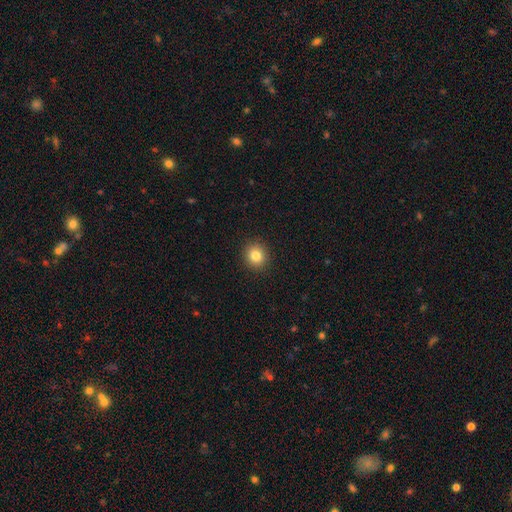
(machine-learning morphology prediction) Smooth or featured?
  - smooth: 82% *
  - star or artifact: 11%
  - featured or disk: 7%
How rounded?
  - round: 86% *
  - in between: 13%
  - cigar-shaped: 1%
Merging?
  - none: 92% *
  - minor disturbance: 5%
  - major disturbance: 2%
  - merger: 1%